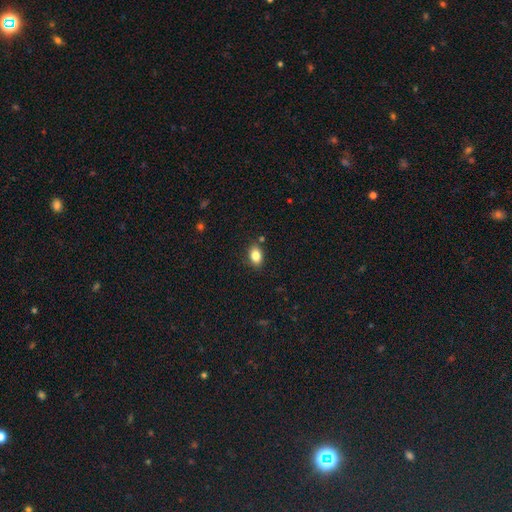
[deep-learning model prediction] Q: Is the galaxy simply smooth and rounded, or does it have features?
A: smooth — 84%.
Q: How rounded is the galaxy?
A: in between — 83%.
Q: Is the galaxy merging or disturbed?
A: none — 84%.